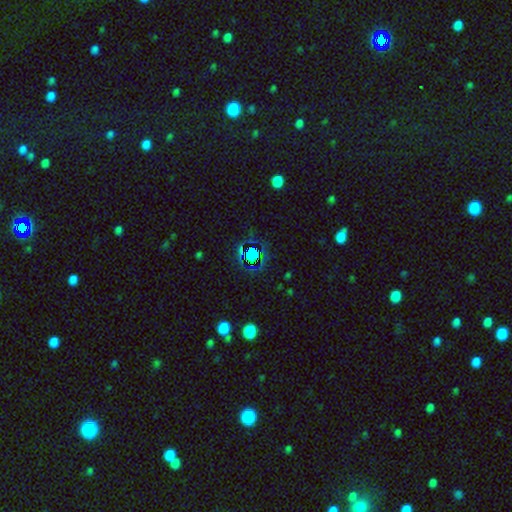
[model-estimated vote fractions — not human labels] Smooth or featured?
  - star or artifact: 66% *
  - smooth: 23%
  - featured or disk: 11%